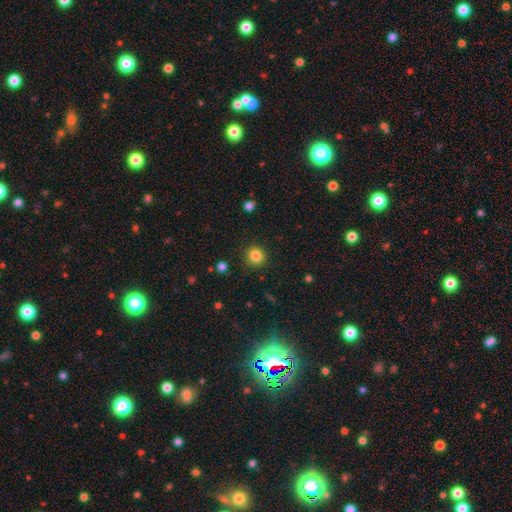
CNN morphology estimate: Smooth or featured?
  - smooth: 84% *
  - star or artifact: 11%
  - featured or disk: 5%
How rounded?
  - round: 90% *
  - in between: 9%
  - cigar-shaped: 1%
Merging?
  - none: 89% *
  - minor disturbance: 7%
  - major disturbance: 2%
  - merger: 1%